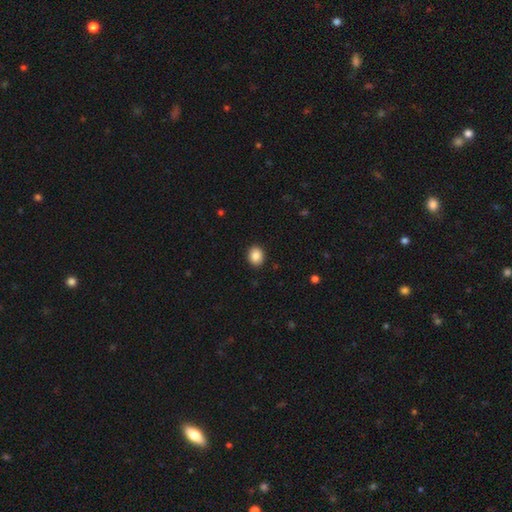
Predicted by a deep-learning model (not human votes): Smooth or featured: smooth — 87% (star or artifact — 9%)
How rounded: round — 58% (in between — 42%)
Merging: none — 91% (minor disturbance — 6%)